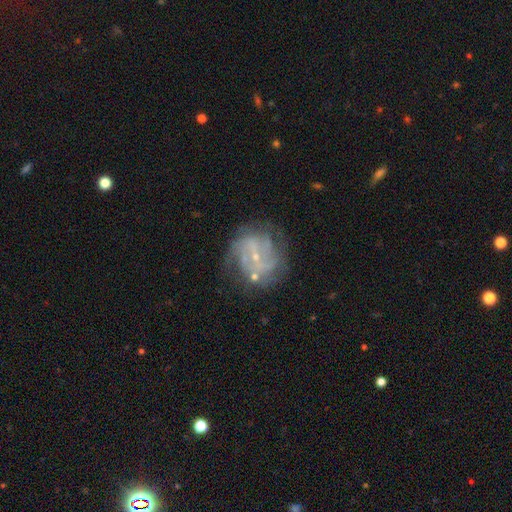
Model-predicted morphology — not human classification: Q: Smooth or featured?
A: featured or disk (79%); runner-up: smooth (12%)
Q: Edge-on disk?
A: no (98%); runner-up: yes (2%)
Q: Bar?
A: weak (45%); runner-up: no (39%)
Q: Spiral arms?
A: yes (87%); runner-up: no (13%)
Q: Spiral winding?
A: medium (41%); runner-up: tight (40%)
Q: Spiral arm count?
A: can't tell (34%); runner-up: 2 (28%)
Q: Bulge size?
A: small (79%); runner-up: moderate (12%)
Q: Merging?
A: none (66%); runner-up: minor disturbance (18%)